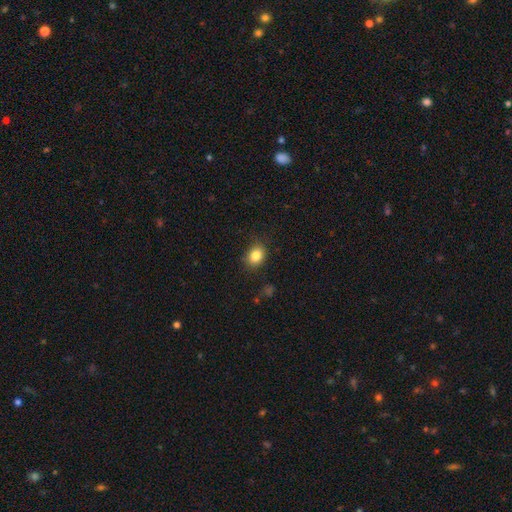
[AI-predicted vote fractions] smooth_or_featured: smooth (p=0.83) [alt: star or artifact p=0.10]
how_rounded: in between (p=0.51) [alt: round p=0.48]
merging: none (p=0.85) [alt: minor disturbance p=0.11]